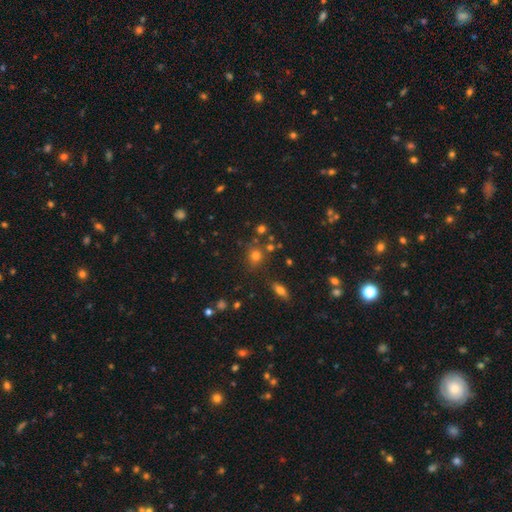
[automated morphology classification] A smooth galaxy with no disk features (68%) that is round (82%). Merging: none (77%).